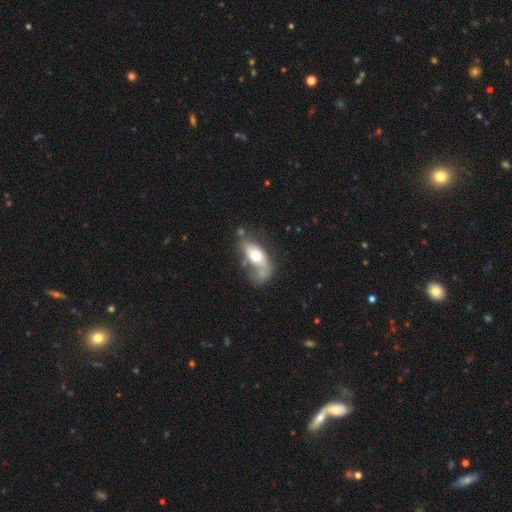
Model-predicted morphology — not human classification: A smooth galaxy with no disk features (55%) that is in between round and cigar-shaped (83%).

Vote fractions:
- Smooth or featured? smooth: 55% / featured or disk: 38% / star or artifact: 7%
- How rounded? in between: 83% / cigar-shaped: 8% / round: 8%
- Merging? none: 29% / major disturbance: 25% / merger: 23% / minor disturbance: 23%